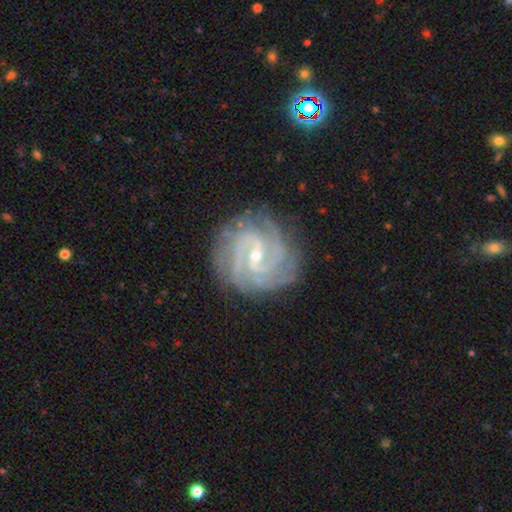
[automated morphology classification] The model was most divided on "spiral arm count": 2: 29%, 3: 26%, can't tell: 16%, 4: 16%, more than 4: 6%, 1: 6%. More confident: spiral arms — yes (98%); edge-on disk — no (98%); smooth or featured — featured or disk (91%); merging — none (81%); bulge size — small (71%); spiral winding — tight (63%); bar — weak (51%).